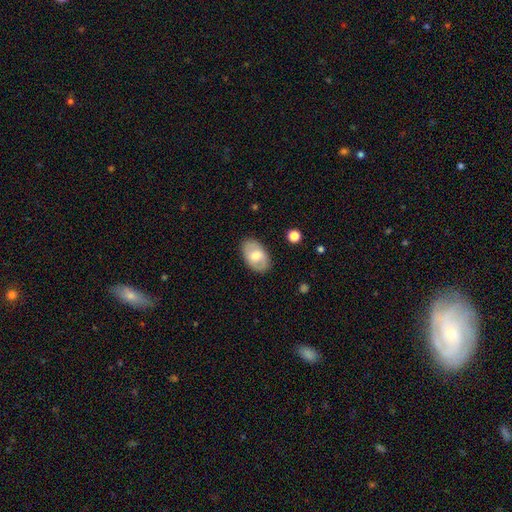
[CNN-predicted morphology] Smooth or featured? smooth (56%)
How rounded? in between (89%)
Merging? none (85%)